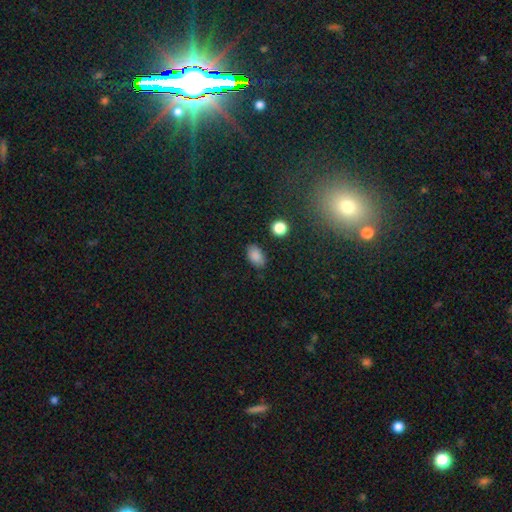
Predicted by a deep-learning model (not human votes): Morphology: type=smooth (85%); roundness=in between (91%); merging=none (83%).